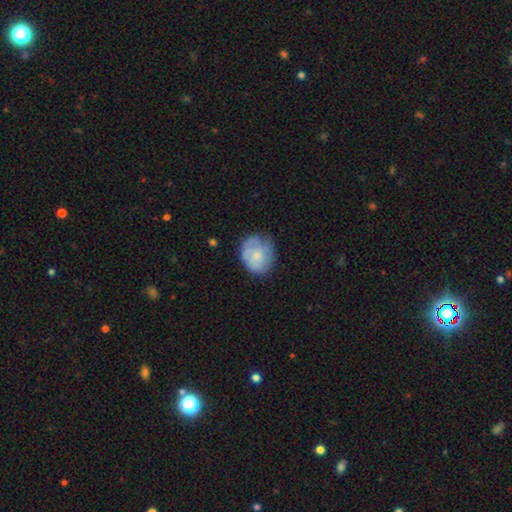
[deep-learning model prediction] Smooth or featured? smooth (58%)
How rounded? round (63%)
Merging? none (61%)